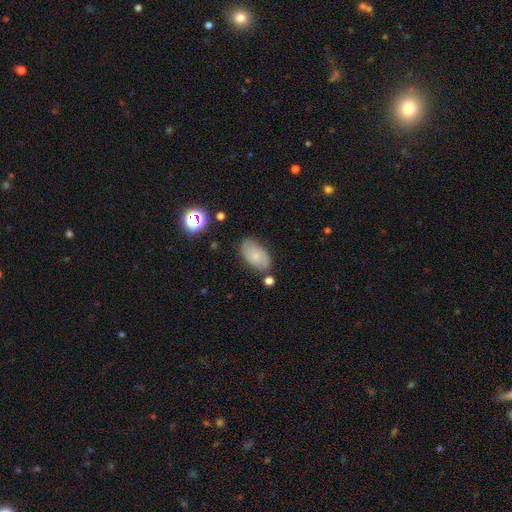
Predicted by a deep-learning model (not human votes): This appears to be a smooth galaxy with no disk features (73%) that is in between round and cigar-shaped (93%). Merging: none (75%).